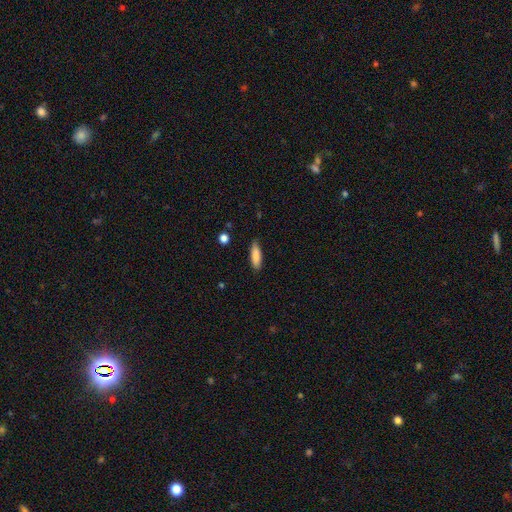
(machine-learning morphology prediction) A smooth galaxy with no disk features (86%) that is cigar-shaped (56%). Merging: none (85%).